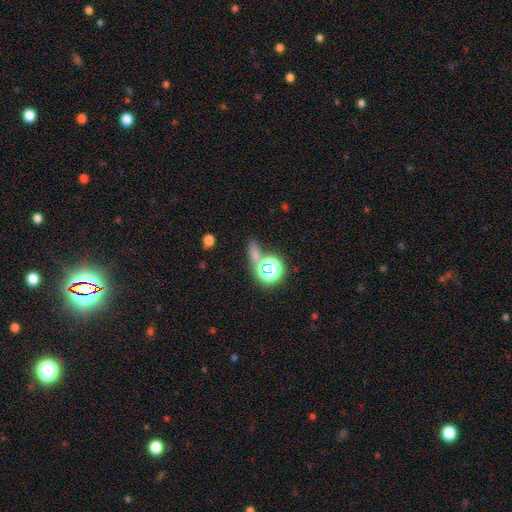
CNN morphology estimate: This appears to be a smooth galaxy with no disk features (48%). Merging: none (52%).